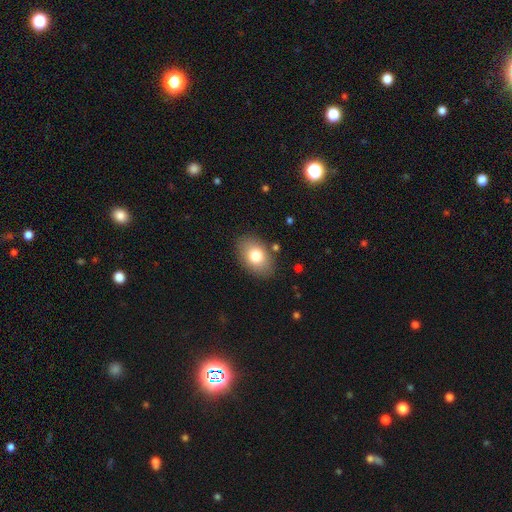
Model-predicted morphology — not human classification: This is likely a smooth galaxy (78%). How rounded: clearly in between (84%). Merging: clearly none (85%).